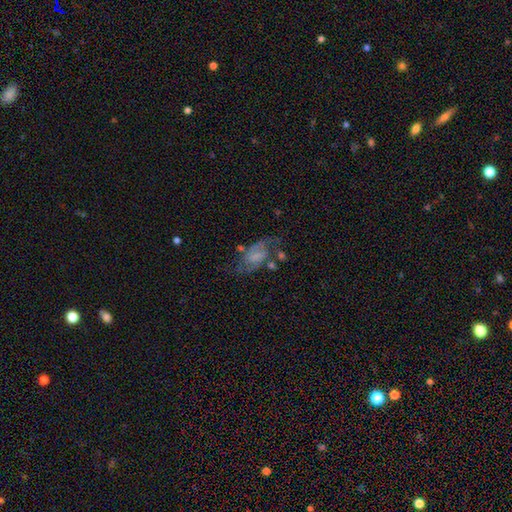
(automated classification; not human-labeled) Smooth or featured: featured or disk — 74% (smooth — 18%)
Edge-on disk: no — 96% (yes — 4%)
Bar: weak — 47% (no — 38%)
Spiral arms: yes — 91% (no — 9%)
Spiral winding: medium — 49% (loose — 34%)
Spiral arm count: 2 — 88% (can't tell — 6%)
Bulge size: small — 38% (none — 35%)
Merging: none — 53% (minor disturbance — 20%)